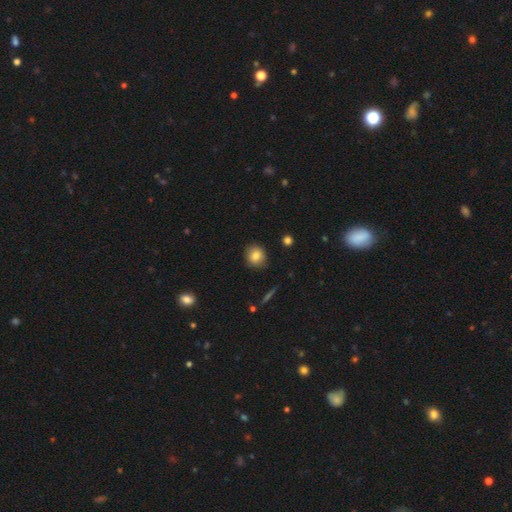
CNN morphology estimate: This appears to be a smooth galaxy with no disk features (82%) that is round (74%). Merging: none (85%).